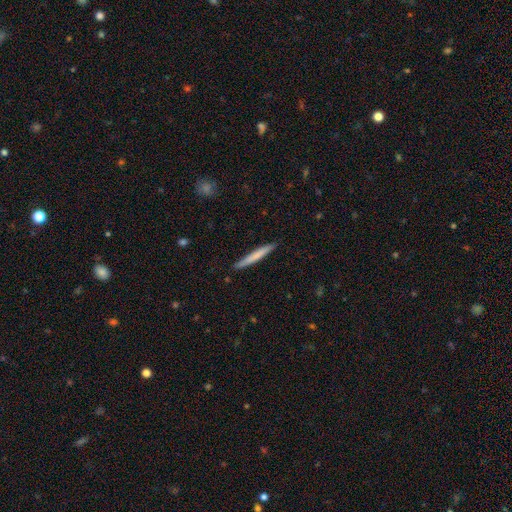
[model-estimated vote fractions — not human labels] A smooth galaxy with no disk features (68%) that is cigar-shaped (97%).

Vote fractions:
- Smooth or featured? smooth: 68% / featured or disk: 26% / star or artifact: 5%
- How rounded? cigar-shaped: 97% / in between: 2% / round: 1%
- Merging? none: 90% / minor disturbance: 7% / major disturbance: 1% / merger: 1%